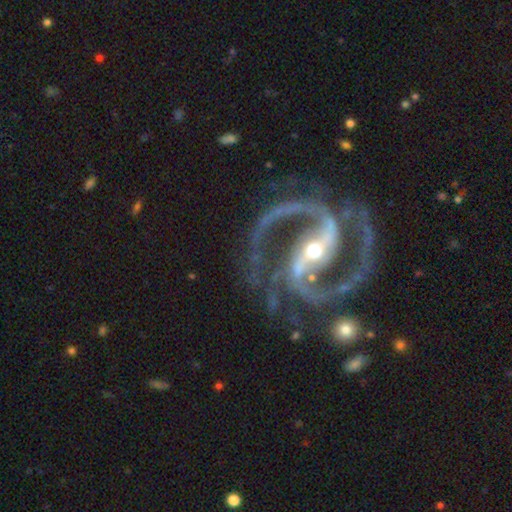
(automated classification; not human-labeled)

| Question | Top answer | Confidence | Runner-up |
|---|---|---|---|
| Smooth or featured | featured or disk | 94% | star or artifact (4%) |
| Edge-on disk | no | 98% | yes (2%) |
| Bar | strong | 74% | weak (18%) |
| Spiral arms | yes | 99% | no (1%) |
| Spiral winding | medium | 68% | tight (24%) |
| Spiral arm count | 2 | 92% | 3 (4%) |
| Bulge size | small | 55% | moderate (41%) |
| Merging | none | 75% | minor disturbance (14%) |